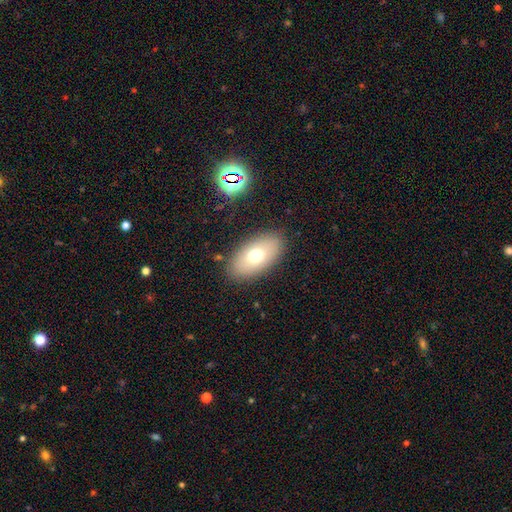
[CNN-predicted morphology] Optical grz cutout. It shows a smooth galaxy with no disk features (70%) that is in between round and cigar-shaped (92%). Merging: none (85%).